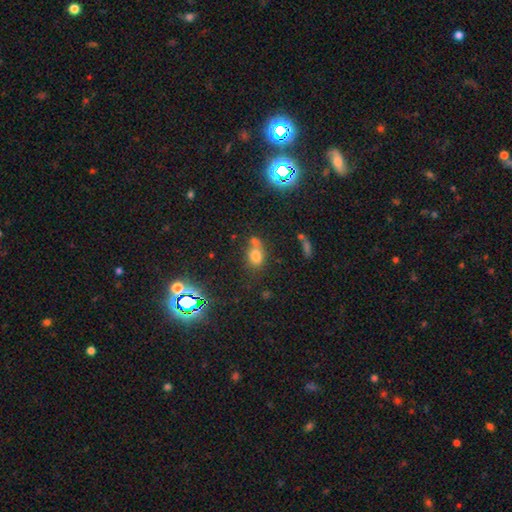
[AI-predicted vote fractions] Smooth or featured? Predicted: smooth (p=0.71). How rounded? Predicted: in between (p=0.55). Merging? Predicted: none (p=0.44).